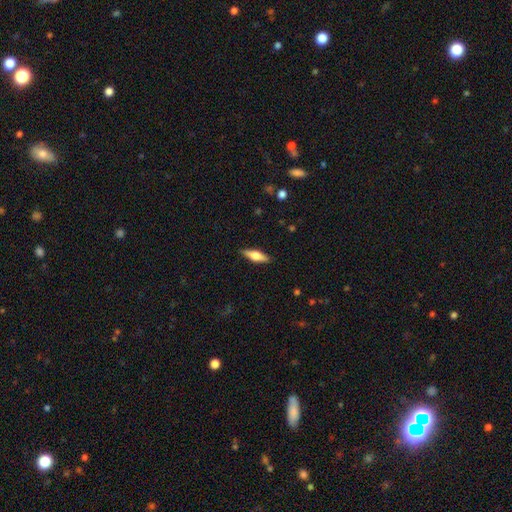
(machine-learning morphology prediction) A smooth galaxy with no disk features (53%) that is in between round and cigar-shaped (50%). Merging: none (88%).